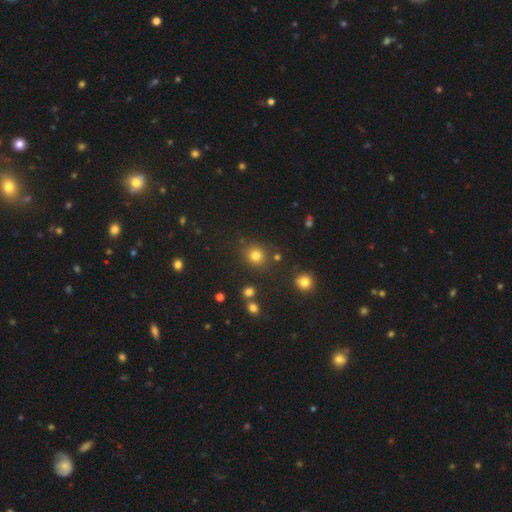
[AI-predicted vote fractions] smooth-or-featured: smooth: 78% | star or artifact: 16% | featured or disk: 6%
  how-rounded: round: 88% | in between: 11% | cigar-shaped: 1%
  merging: none: 84% | minor disturbance: 8% | merger: 5% | major disturbance: 3%